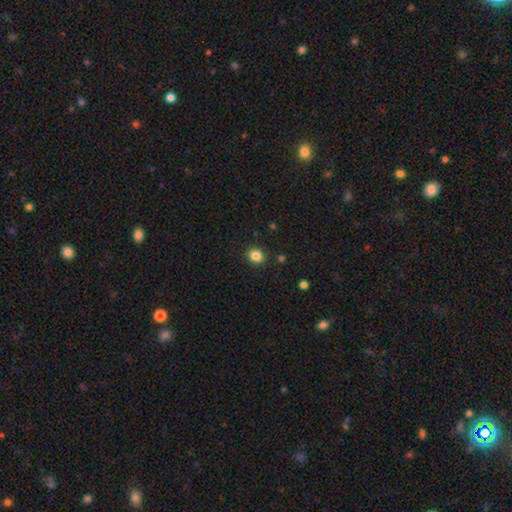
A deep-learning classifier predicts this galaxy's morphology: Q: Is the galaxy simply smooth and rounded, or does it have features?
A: smooth — 84%.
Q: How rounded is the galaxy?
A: round — 63%.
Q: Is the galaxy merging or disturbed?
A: none — 89%.